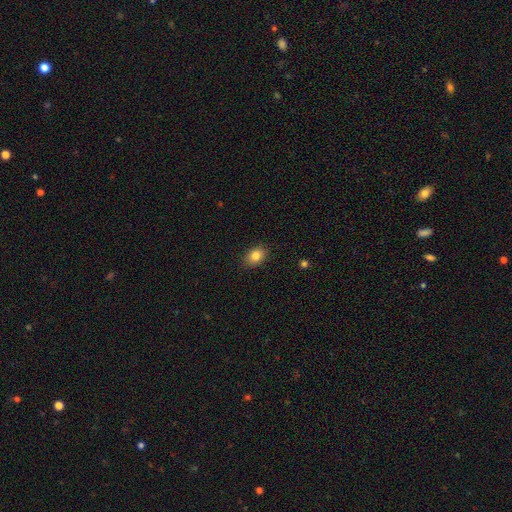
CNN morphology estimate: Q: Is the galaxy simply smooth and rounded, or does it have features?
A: smooth — 83%.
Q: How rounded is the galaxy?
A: in between — 68%.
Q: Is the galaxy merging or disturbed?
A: none — 88%.